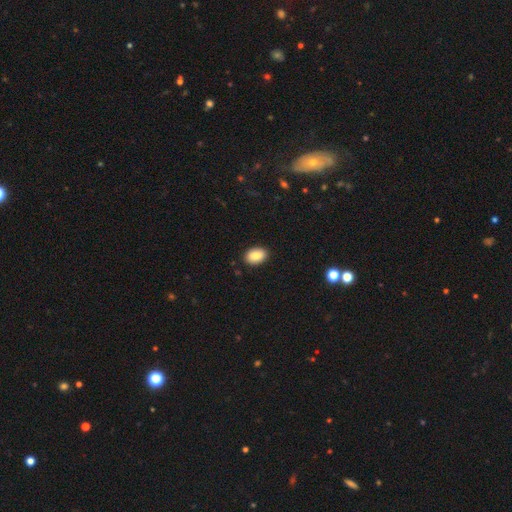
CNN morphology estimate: smooth 86%, star or artifact 7%, featured or disk 7%. Down the decision tree: how rounded — in between (87%); merging — none (89%).